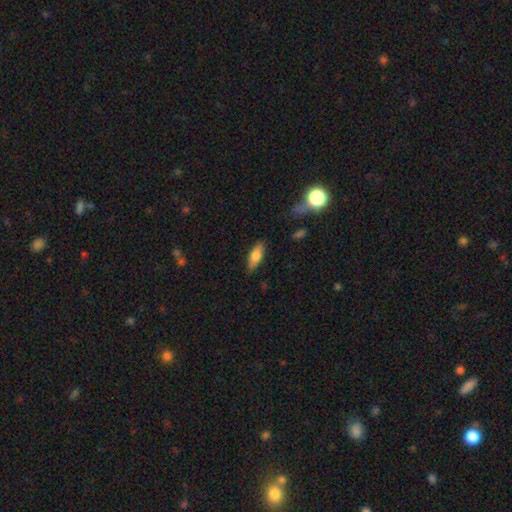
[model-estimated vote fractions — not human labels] This appears to be a smooth galaxy with no disk features (71%) that is in between round and cigar-shaped (65%). Merging: none (83%).